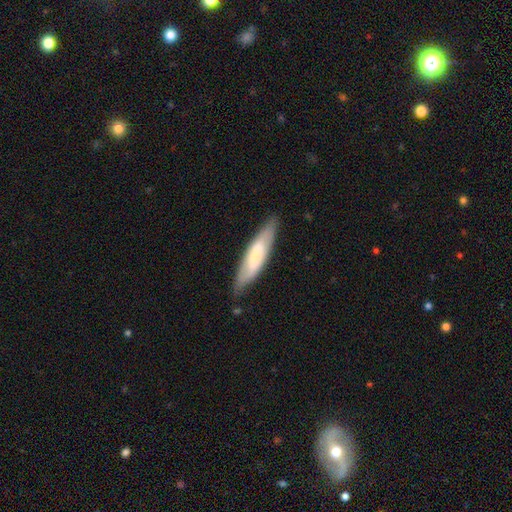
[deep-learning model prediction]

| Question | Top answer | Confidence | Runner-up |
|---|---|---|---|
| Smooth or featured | smooth | 58% | featured or disk (37%) |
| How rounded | cigar-shaped | 72% | in between (27%) |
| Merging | none | 80% | minor disturbance (15%) |